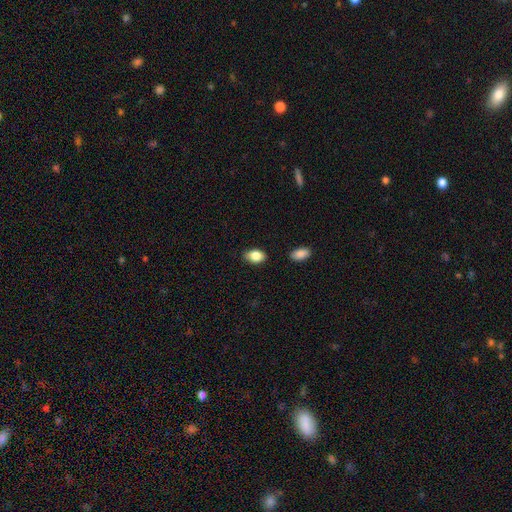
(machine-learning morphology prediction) smooth-or-featured: smooth: 85% | star or artifact: 8% | featured or disk: 7%
  how-rounded: in between: 86% | round: 12% | cigar-shaped: 2%
  merging: none: 80% | minor disturbance: 15% | major disturbance: 3% | merger: 3%